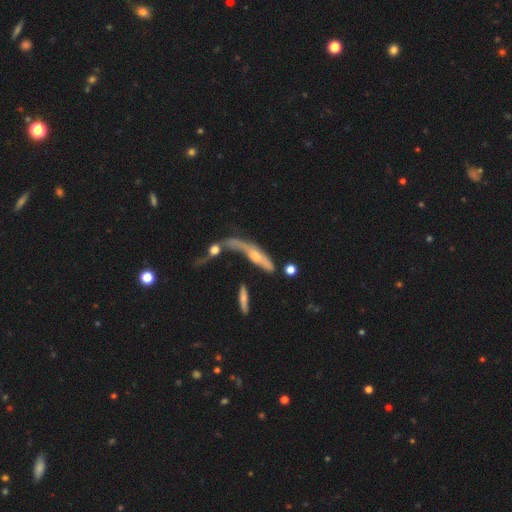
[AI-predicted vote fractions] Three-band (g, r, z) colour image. It shows a featured or disk galaxy (59%) viewed edge-on (63%). Merging: merger (39%).